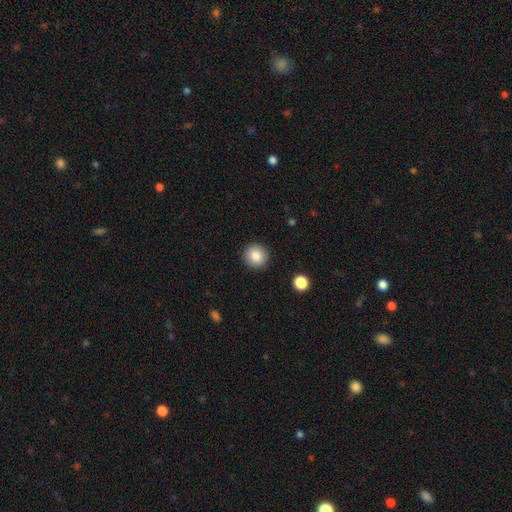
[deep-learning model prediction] Smooth or featured?
  - smooth: 84% *
  - star or artifact: 9%
  - featured or disk: 7%
How rounded?
  - round: 95% *
  - in between: 4%
  - cigar-shaped: 1%
Merging?
  - none: 92% *
  - minor disturbance: 5%
  - major disturbance: 2%
  - merger: 1%